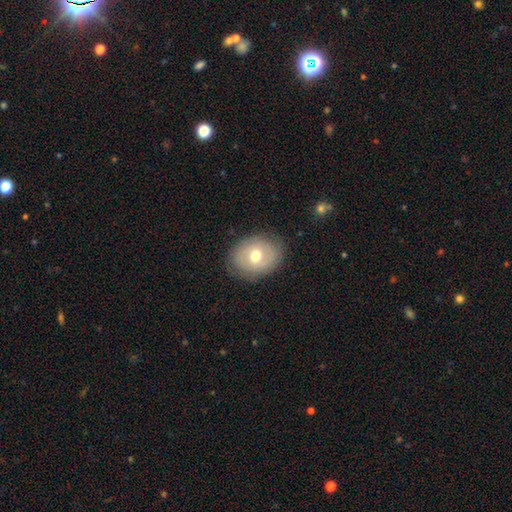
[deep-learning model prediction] smooth-or-featured: smooth: 56% | featured or disk: 36% | star or artifact: 8%
  how-rounded: in between: 52% | round: 47% | cigar-shaped: 1%
  merging: none: 81% | minor disturbance: 14% | major disturbance: 5% | merger: 1%